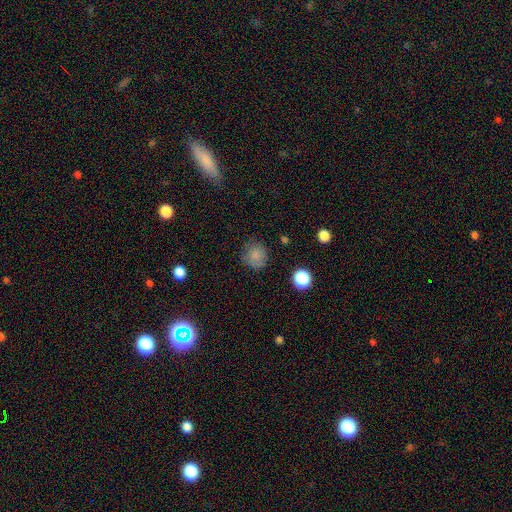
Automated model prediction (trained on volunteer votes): Smooth or featured? smooth (82%)
How rounded? round (88%)
Merging? none (77%)